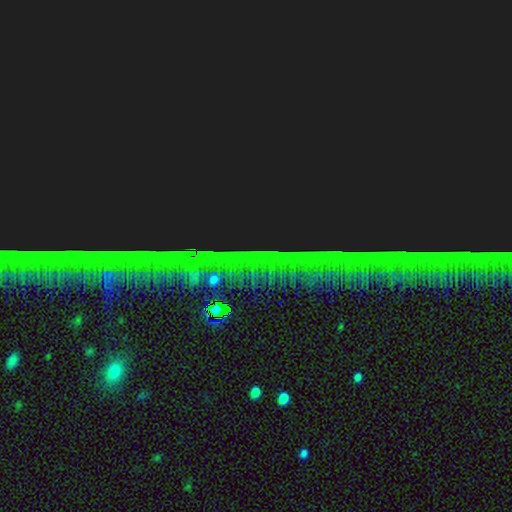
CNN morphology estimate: Smooth or featured? star or artifact (88%)